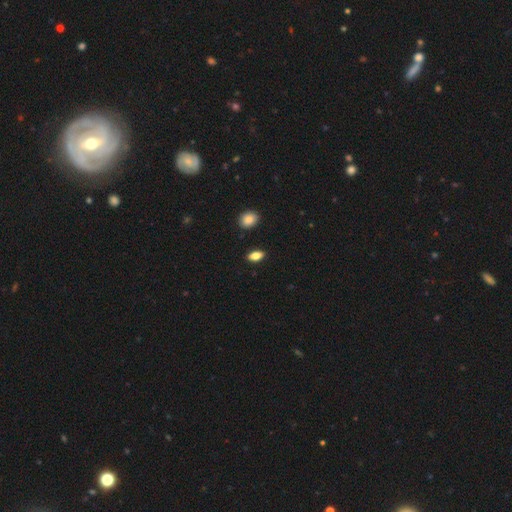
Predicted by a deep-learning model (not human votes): Smooth or featured: smooth — 81% (featured or disk — 11%)
How rounded: in between — 86% (cigar-shaped — 9%)
Merging: none — 89% (minor disturbance — 8%)